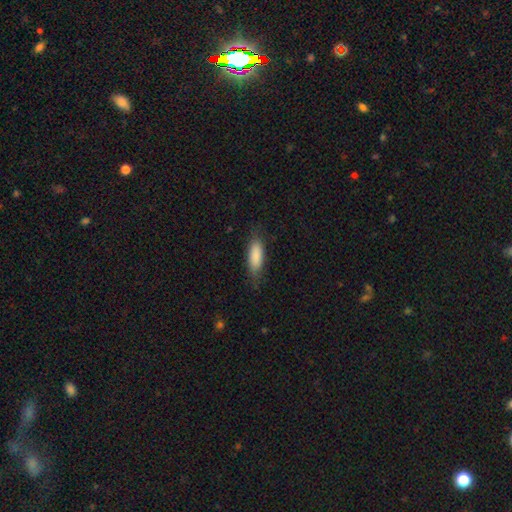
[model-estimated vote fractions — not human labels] Morphology: type=smooth (87%); roundness=in between (66%); merging=none (77%).